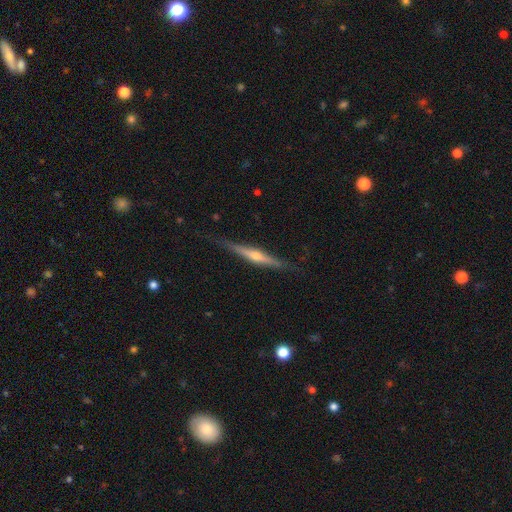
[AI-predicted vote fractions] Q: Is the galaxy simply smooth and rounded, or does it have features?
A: featured or disk — 77%.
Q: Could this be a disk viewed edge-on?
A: yes — 97%.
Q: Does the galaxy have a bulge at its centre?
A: rounded — 87%.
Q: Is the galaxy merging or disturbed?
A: none — 82%.